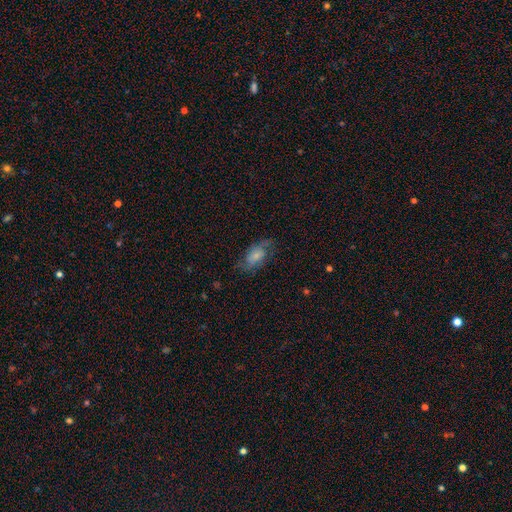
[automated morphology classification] A smooth galaxy with no disk features (55%) that is in between round and cigar-shaped (89%). Merging: none (58%).